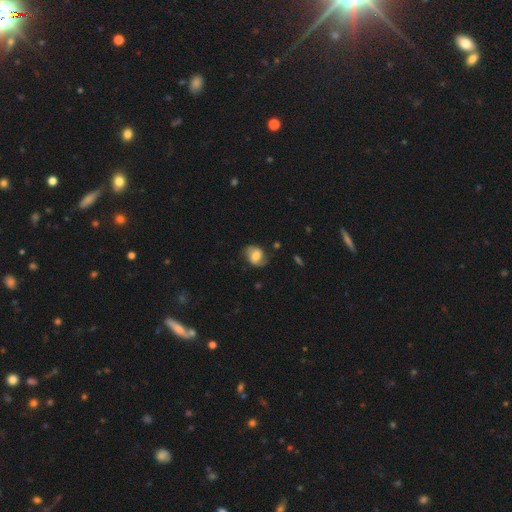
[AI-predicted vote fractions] smooth_or_featured: smooth (p=0.53) [alt: featured or disk p=0.39]
how_rounded: in between (p=0.56) [alt: round p=0.43]
merging: none (p=0.71) [alt: minor disturbance p=0.21]